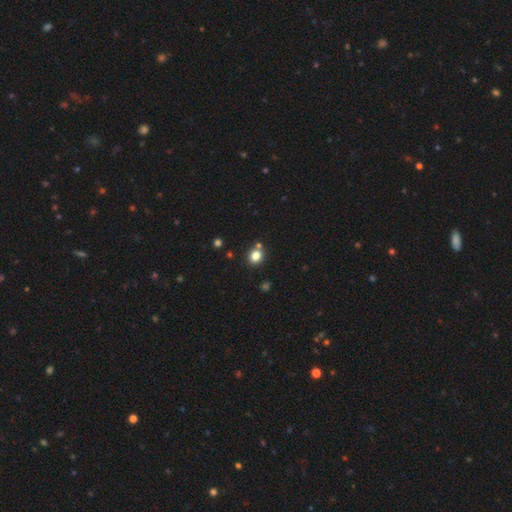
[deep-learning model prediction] This is clearly a smooth galaxy (80%). How rounded: likely round (78%). Merging: likely none (77%).